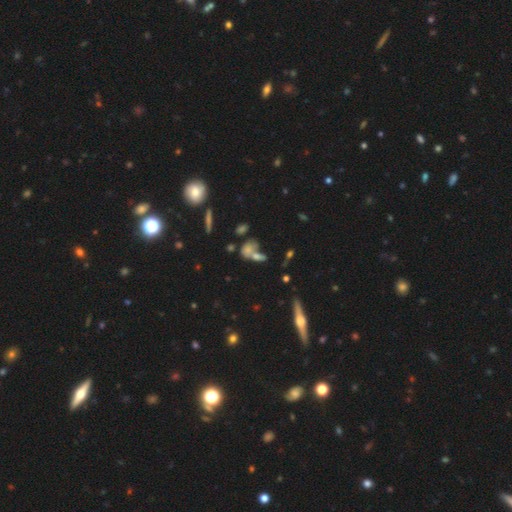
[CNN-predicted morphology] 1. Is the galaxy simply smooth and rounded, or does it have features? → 53% smooth, 27% featured or disk, 20% star or artifact.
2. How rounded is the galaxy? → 62% in between, 25% round, 12% cigar-shaped.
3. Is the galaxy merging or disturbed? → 45% merger, 35% none, 12% minor disturbance, 8% major disturbance.